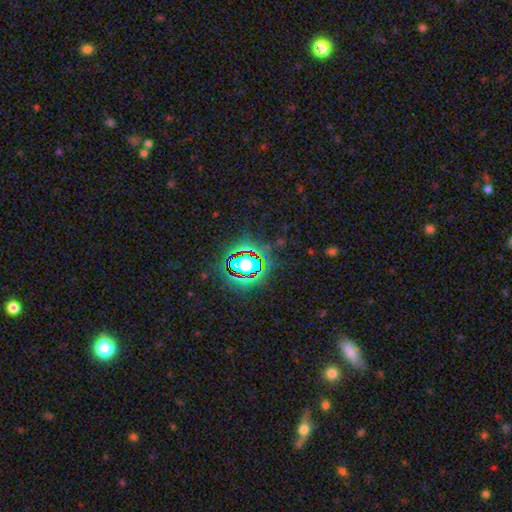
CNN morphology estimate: A star or artifact, not a galaxy (79%).